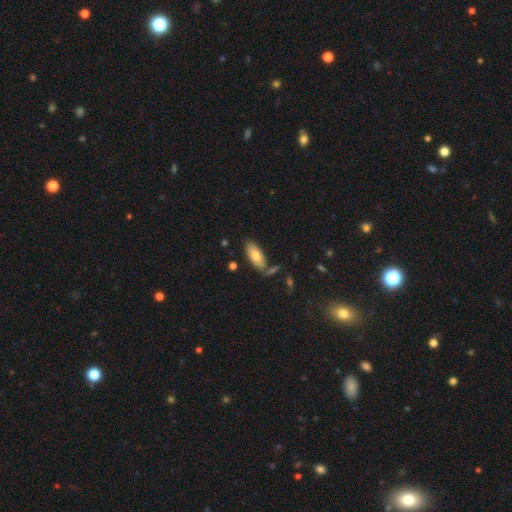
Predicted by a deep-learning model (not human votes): Smooth or featured?
  - smooth: 77% *
  - featured or disk: 17%
  - star or artifact: 6%
How rounded?
  - in between: 86% *
  - cigar-shaped: 12%
  - round: 2%
Merging?
  - none: 73% *
  - minor disturbance: 15%
  - merger: 8%
  - major disturbance: 3%